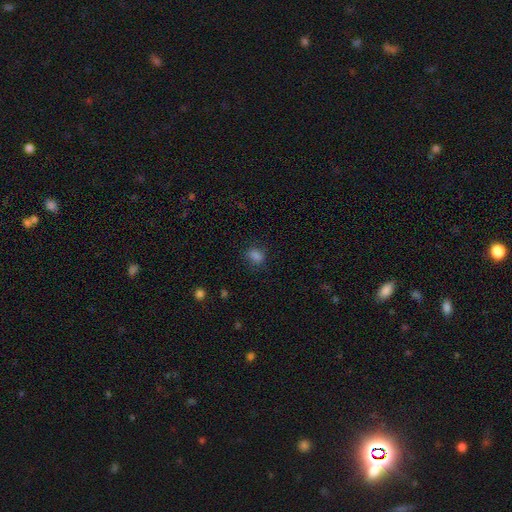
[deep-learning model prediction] Smooth or featured: smooth — 79% (star or artifact — 15%)
How rounded: in between — 66% (round — 32%)
Merging: none — 77% (minor disturbance — 16%)